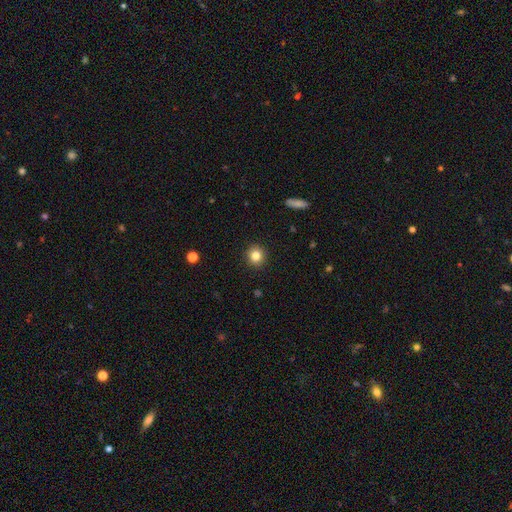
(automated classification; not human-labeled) A smooth galaxy with no disk features (82%) that is round (92%).

Vote fractions:
- Smooth or featured? smooth: 82% / star or artifact: 11% / featured or disk: 7%
- How rounded? round: 92% / in between: 7% / cigar-shaped: 1%
- Merging? none: 92% / minor disturbance: 5% / major disturbance: 2% / merger: 1%